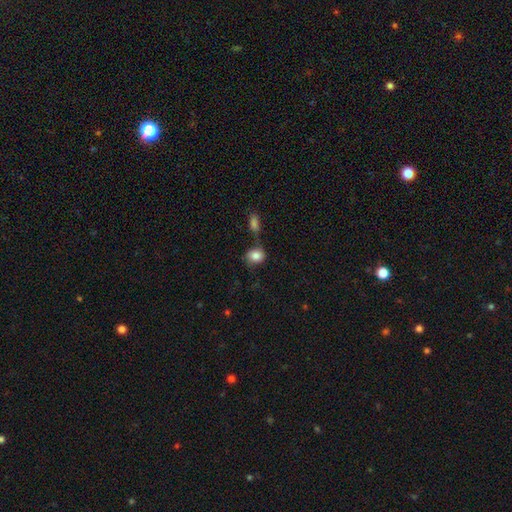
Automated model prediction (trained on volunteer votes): Smooth or featured? Predicted: smooth (p=0.82). How rounded? Predicted: round (p=0.58). Merging? Predicted: none (p=0.54).